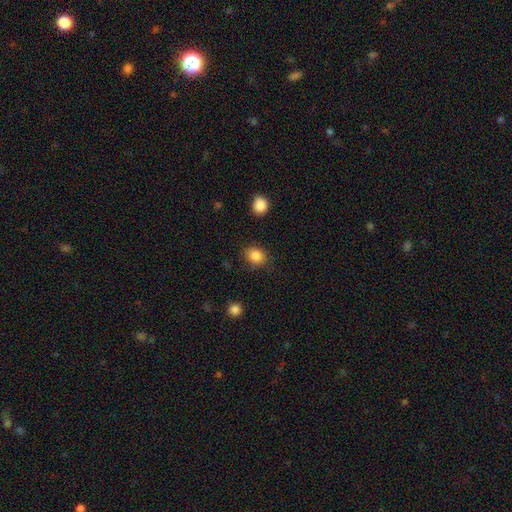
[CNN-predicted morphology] A smooth galaxy with no disk features (86%) that is round (54%). Merging: none (81%).